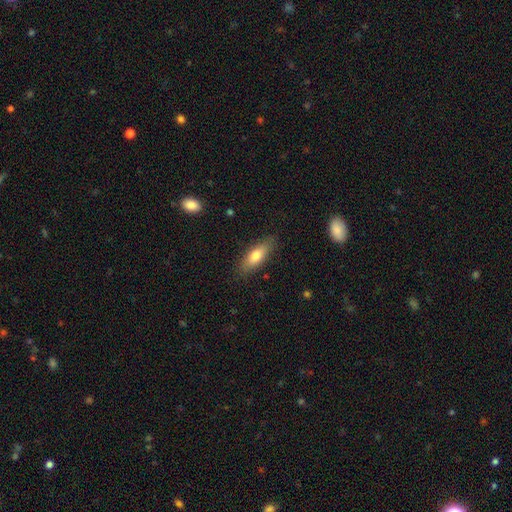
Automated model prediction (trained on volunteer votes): Overall: smooth (73%). How rounded: in between (65%; cigar-shaped 33%). Merging: none (84%).